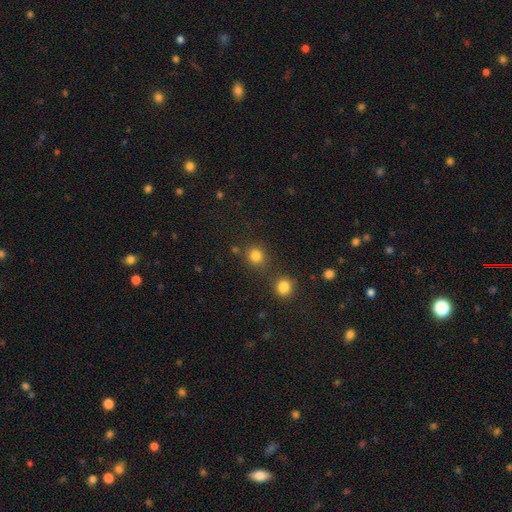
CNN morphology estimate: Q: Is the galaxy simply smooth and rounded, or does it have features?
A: smooth — 81%.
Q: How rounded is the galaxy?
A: round — 83%.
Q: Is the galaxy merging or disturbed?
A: none — 72%.